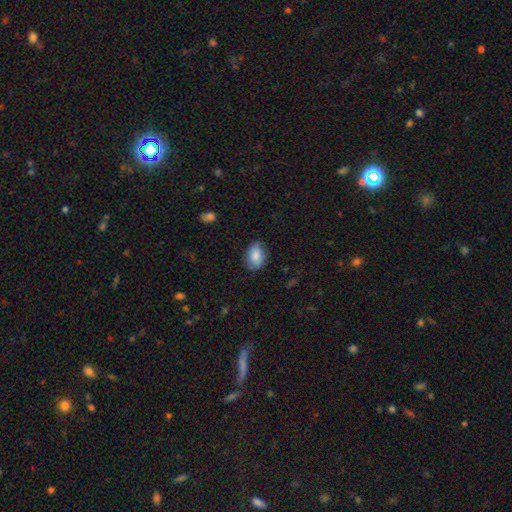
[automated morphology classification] smooth-or-featured: smooth: 78% | featured or disk: 15% | star or artifact: 7%
  how-rounded: in between: 83% | round: 16% | cigar-shaped: 1%
  merging: none: 76% | minor disturbance: 19% | major disturbance: 4% | merger: 1%